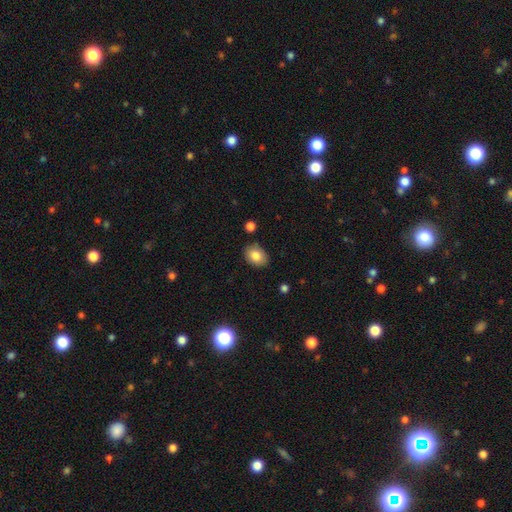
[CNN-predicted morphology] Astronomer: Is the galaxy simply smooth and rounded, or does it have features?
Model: smooth — 83%.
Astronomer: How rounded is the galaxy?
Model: in between — 76%.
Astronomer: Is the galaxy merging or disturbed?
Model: none — 83%.